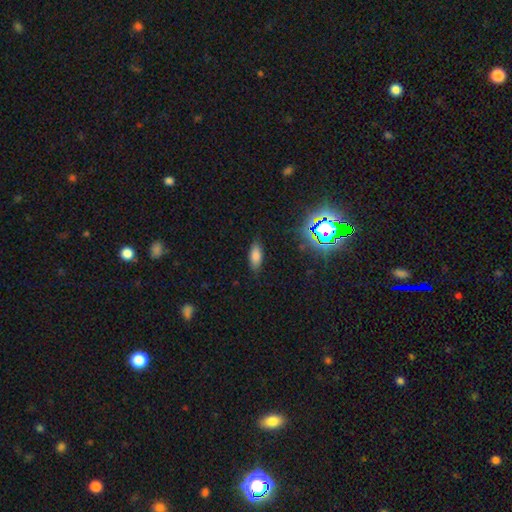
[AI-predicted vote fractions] smooth 76%, star or artifact 15%, featured or disk 10%. Down the decision tree: how rounded — in between (81%); merging — none (82%).